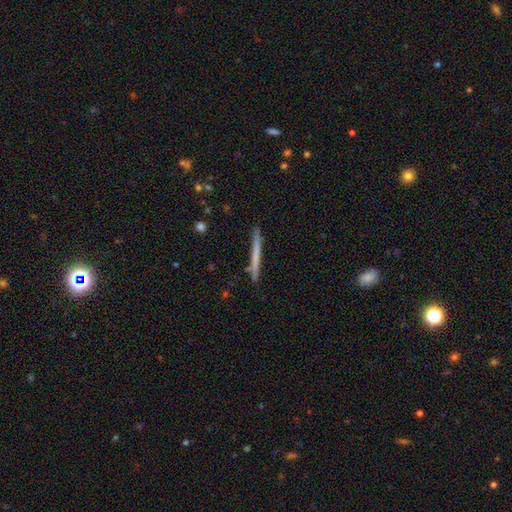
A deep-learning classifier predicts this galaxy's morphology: smooth-or-featured: smooth: 56% | featured or disk: 38% | star or artifact: 6%
  how-rounded: cigar-shaped: 97% | in between: 2% | round: 1%
  merging: none: 89% | minor disturbance: 8% | merger: 2% | major disturbance: 1%